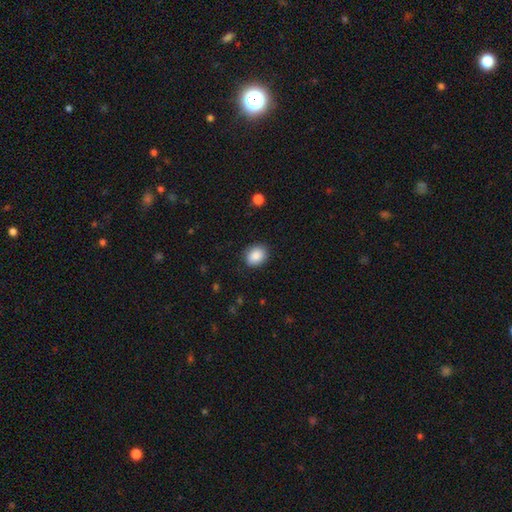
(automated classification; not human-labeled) Morphology: type=smooth (87%); roundness=in between (50%); merging=none (87%).